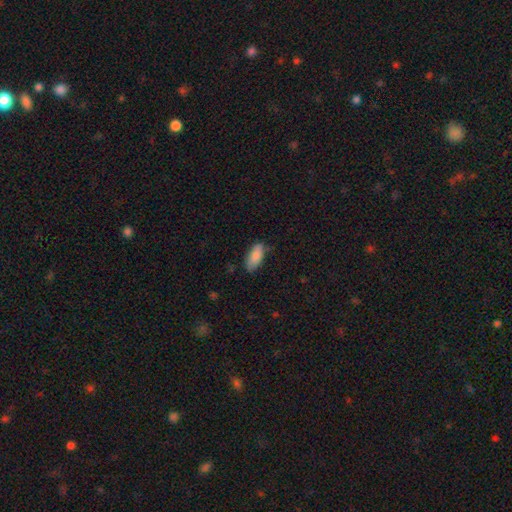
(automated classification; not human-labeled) smooth_or_featured: smooth (p=0.85) [alt: featured or disk p=0.09]
how_rounded: in between (p=0.85) [alt: cigar-shaped p=0.13]
merging: none (p=0.72) [alt: minor disturbance p=0.22]